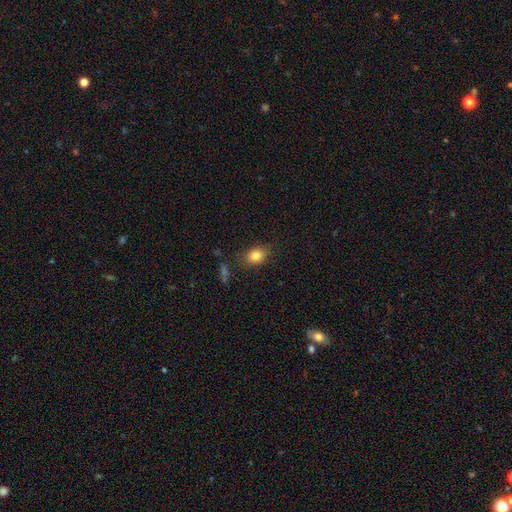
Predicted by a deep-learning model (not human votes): A smooth galaxy with no disk features (82%) that is in between round and cigar-shaped (66%). Merging: none (80%).